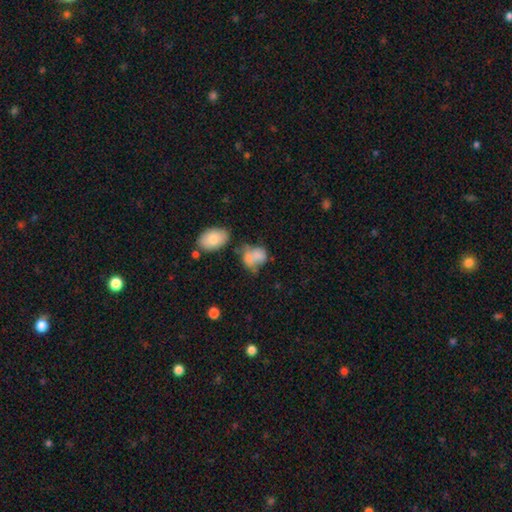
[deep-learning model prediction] A smooth galaxy with no disk features (72%) that is in between round and cigar-shaped (65%). Merging: none (31%).